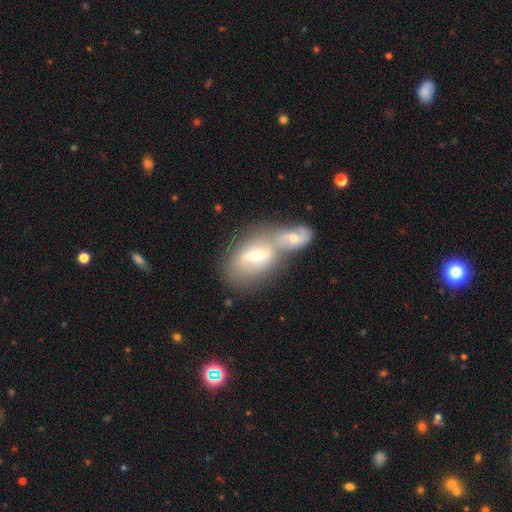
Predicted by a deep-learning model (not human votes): This appears to be a featured or disk galaxy (51%). Merging: merger (68%).